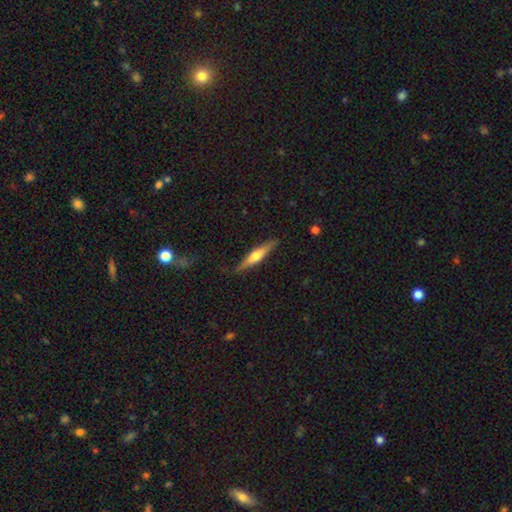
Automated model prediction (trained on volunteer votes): Q: Smooth or featured?
A: featured or disk (53%); runner-up: smooth (42%)
Q: Edge-on disk?
A: yes (94%); runner-up: no (6%)
Q: Merging?
A: none (84%); runner-up: minor disturbance (12%)